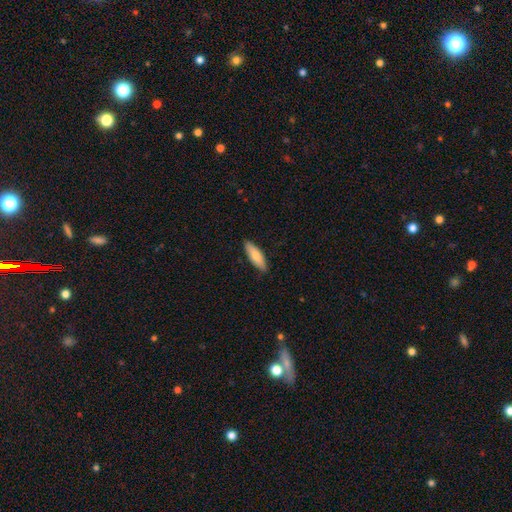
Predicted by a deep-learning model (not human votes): smooth_or_featured: smooth (p=0.74) [alt: featured or disk p=0.20]
how_rounded: in between (p=0.50) [alt: cigar-shaped p=0.48]
merging: none (p=0.87) [alt: minor disturbance p=0.10]